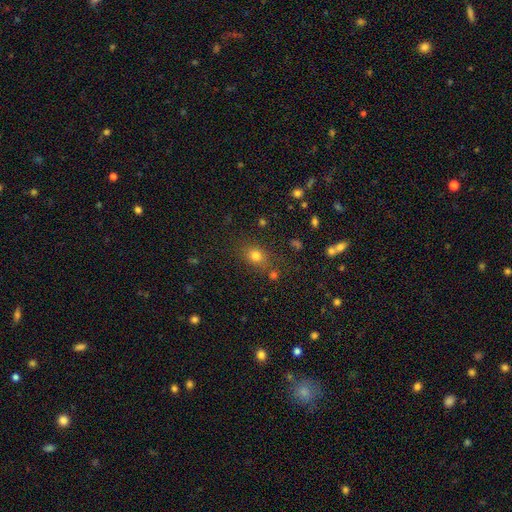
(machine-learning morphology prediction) smooth_or_featured: smooth (p=0.76) [alt: star or artifact p=0.16]
how_rounded: round (p=0.53) [alt: in between p=0.45]
merging: none (p=0.75) [alt: minor disturbance p=0.13]